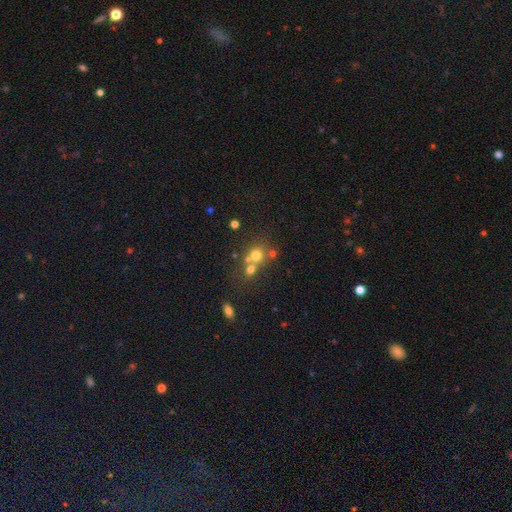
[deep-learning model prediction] smooth_or_featured: smooth (p=0.65) [alt: star or artifact p=0.18]
how_rounded: round (p=0.82) [alt: in between p=0.17]
merging: merger (p=0.46) [alt: none p=0.42]